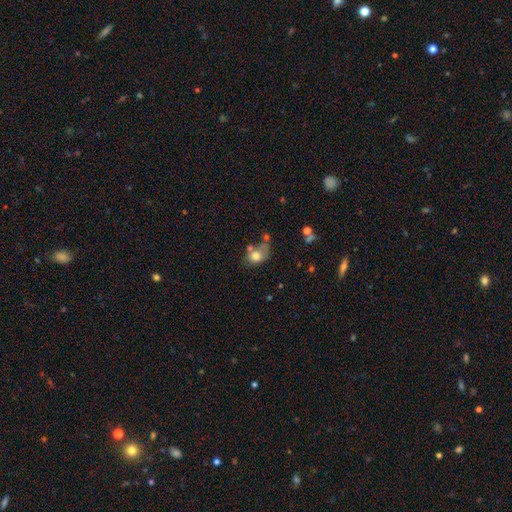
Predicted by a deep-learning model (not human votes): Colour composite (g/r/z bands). It shows a smooth galaxy with no disk features (75%) that is in between round and cigar-shaped (53%). Merging: none (35%).